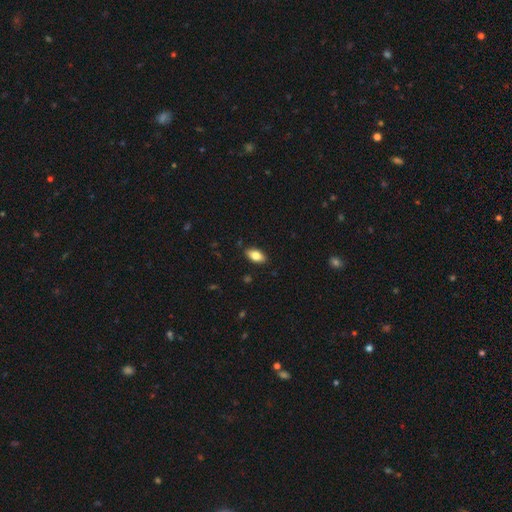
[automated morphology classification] This appears to be a smooth galaxy with no disk features (79%) that is in between round and cigar-shaped (91%). Merging: none (88%).